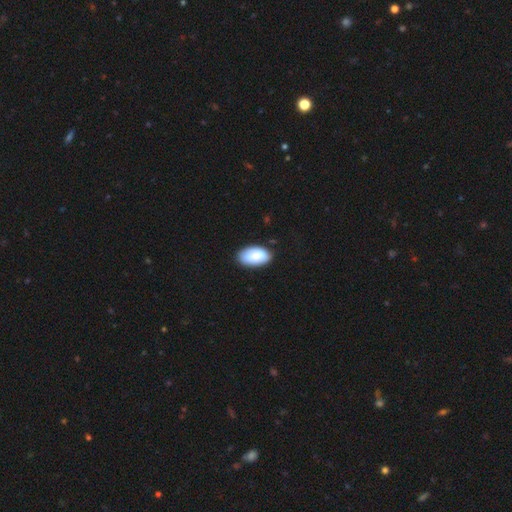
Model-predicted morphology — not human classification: smooth_or_featured: smooth (p=0.82) [alt: featured or disk p=0.12]
how_rounded: in between (p=0.95) [alt: round p=0.04]
merging: none (p=0.81) [alt: minor disturbance p=0.15]